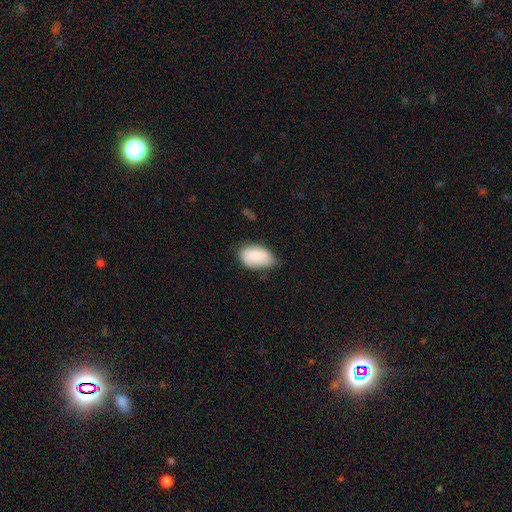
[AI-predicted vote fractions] A smooth galaxy with no disk features (78%) that is in between round and cigar-shaped (93%).

Vote fractions:
- Smooth or featured? smooth: 78% / featured or disk: 15% / star or artifact: 7%
- How rounded? in between: 93% / round: 6% / cigar-shaped: 2%
- Merging? none: 53% / minor disturbance: 38% / major disturbance: 7% / merger: 2%